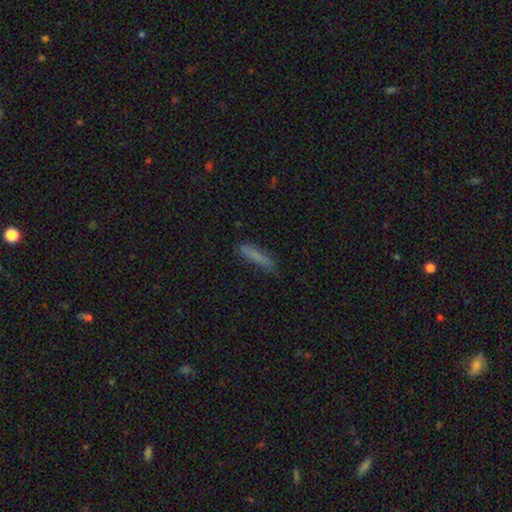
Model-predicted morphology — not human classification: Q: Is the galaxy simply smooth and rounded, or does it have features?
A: smooth — 76%.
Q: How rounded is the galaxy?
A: cigar-shaped — 89%.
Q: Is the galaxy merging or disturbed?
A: none — 76%.